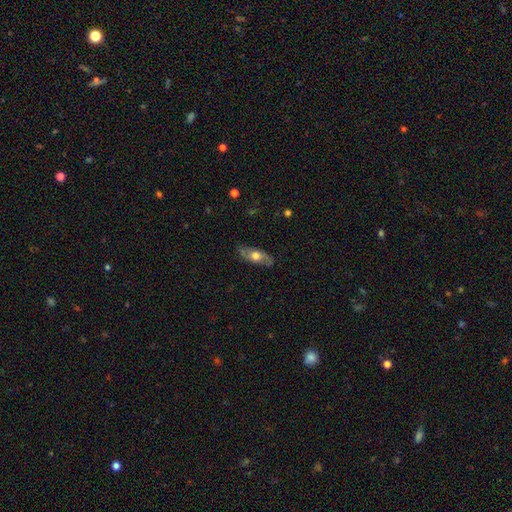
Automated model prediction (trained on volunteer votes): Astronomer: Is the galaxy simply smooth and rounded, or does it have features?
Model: featured or disk — 49% (runner-up: smooth, 44%).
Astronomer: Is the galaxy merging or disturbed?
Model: none — 81%.